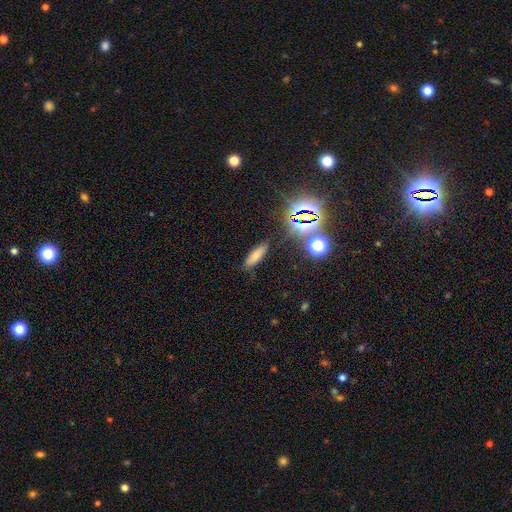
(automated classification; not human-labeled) A smooth galaxy with no disk features (71%) that is cigar-shaped (54%).

Vote fractions:
- Smooth or featured? smooth: 71% / star or artifact: 18% / featured or disk: 11%
- How rounded? cigar-shaped: 54% / in between: 42% / round: 4%
- Merging? none: 85% / minor disturbance: 10% / major disturbance: 3% / merger: 2%